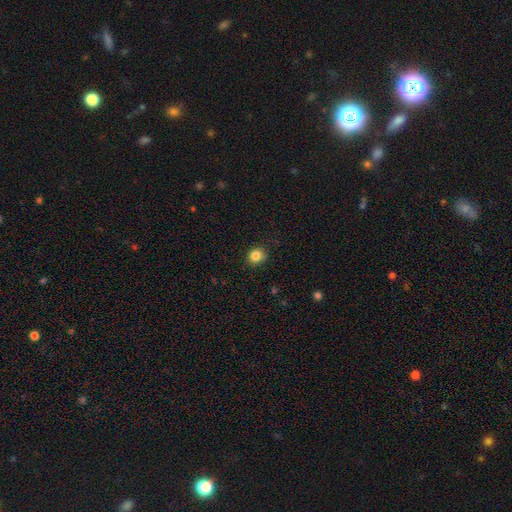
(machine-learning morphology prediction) smooth-or-featured: smooth: 84% | star or artifact: 11% | featured or disk: 5%
  how-rounded: round: 79% | in between: 20% | cigar-shaped: 1%
  merging: none: 86% | minor disturbance: 10% | major disturbance: 2% | merger: 1%